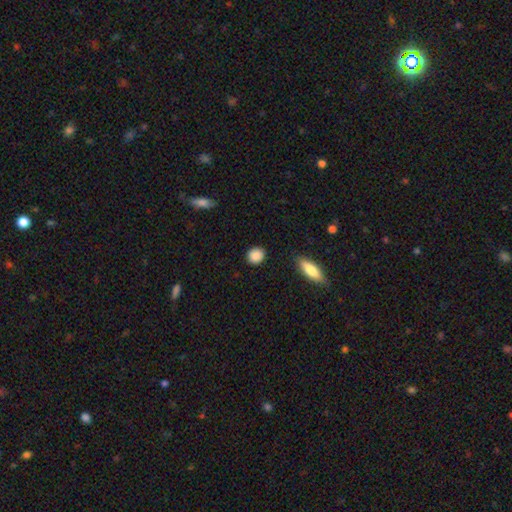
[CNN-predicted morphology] Overall: smooth (89%). How rounded: round (83%). Merging: none (89%).